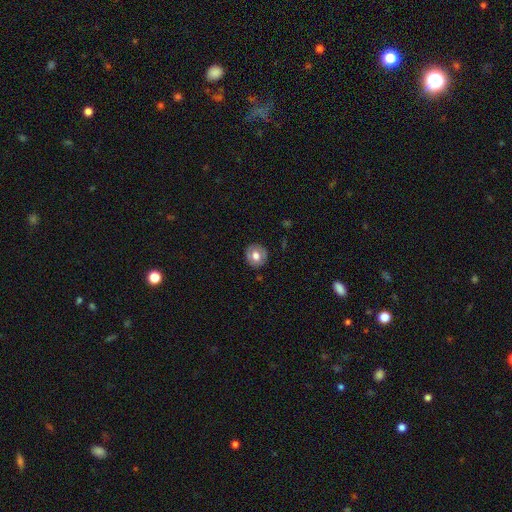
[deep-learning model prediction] Smooth or featured? Predicted: smooth (p=0.68). How rounded? Predicted: round (p=0.88). Merging? Predicted: none (p=0.87).